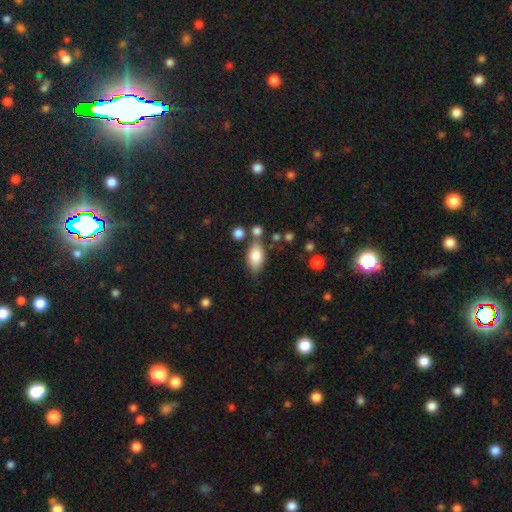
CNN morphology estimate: Q: Smooth or featured?
A: smooth (82%); runner-up: featured or disk (11%)
Q: How rounded?
A: in between (89%); runner-up: cigar-shaped (6%)
Q: Merging?
A: none (64%); runner-up: minor disturbance (17%)